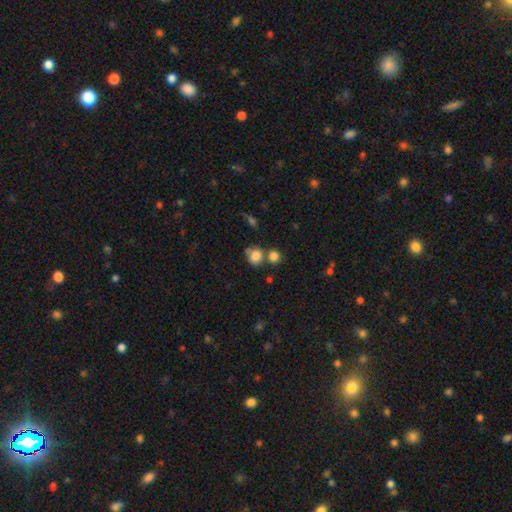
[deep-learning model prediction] The model was most divided on "merging": none: 53%, merger: 27%, minor disturbance: 14%, major disturbance: 6%. More confident: smooth or featured — smooth (83%); how rounded — round (72%).